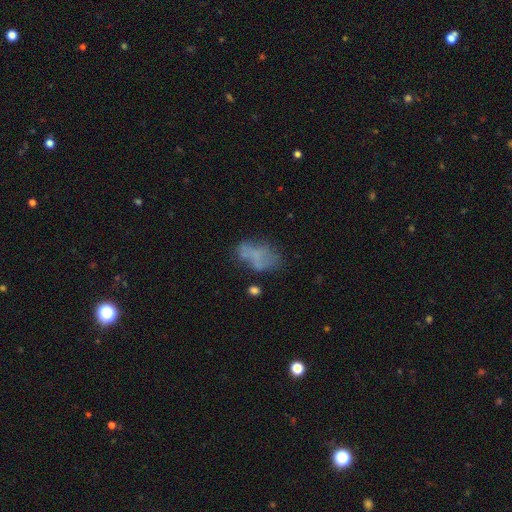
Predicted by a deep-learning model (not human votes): smooth_or_featured: smooth (p=0.48) [alt: featured or disk p=0.39]
merging: none (p=0.42) [alt: minor disturbance p=0.24]